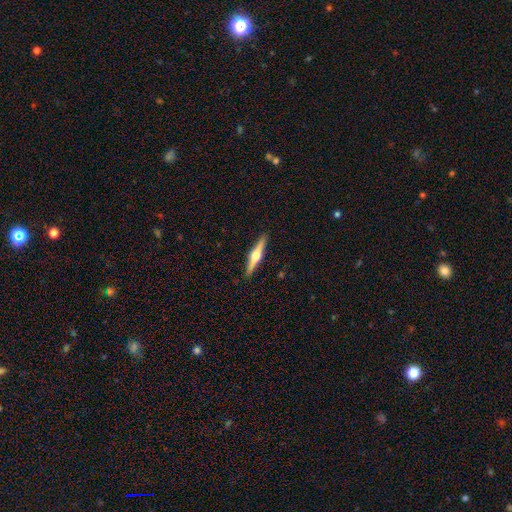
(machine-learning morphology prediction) This is likely a featured or disk galaxy (73%). It is clearly viewed edge-on (98%). Edge-on bulge: clearly rounded (95%). Merging: clearly none (92%).